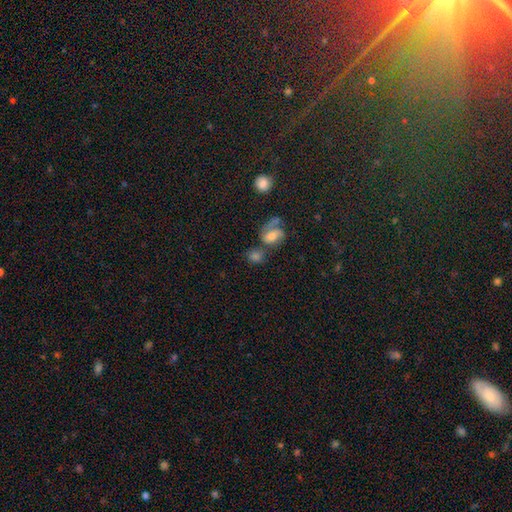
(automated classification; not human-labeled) This appears to be a smooth galaxy with no disk features (59%) that is round (55%). Merging: none (42%).